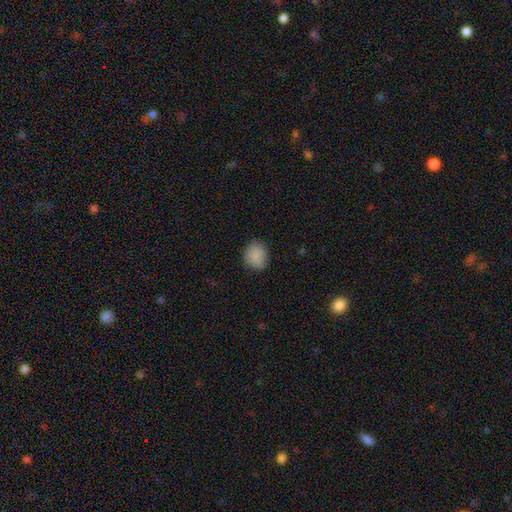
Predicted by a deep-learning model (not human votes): smooth_or_featured: smooth (p=0.87) [alt: star or artifact p=0.09]
how_rounded: round (p=0.62) [alt: in between p=0.37]
merging: none (p=0.79) [alt: minor disturbance p=0.17]